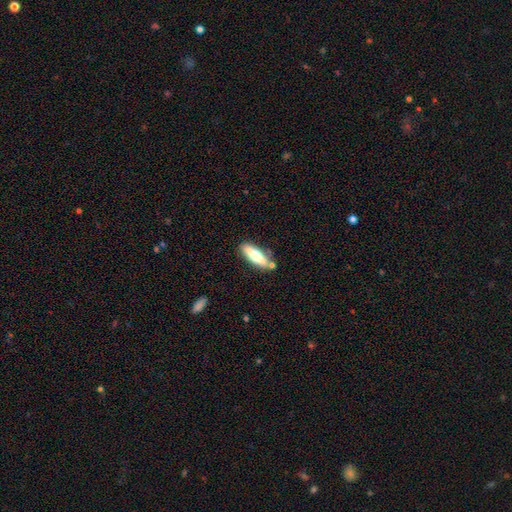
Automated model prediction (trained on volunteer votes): Overall: smooth (60%; featured or disk 34%). How rounded: in between (51%; cigar-shaped 46%). Merging: none (76%).